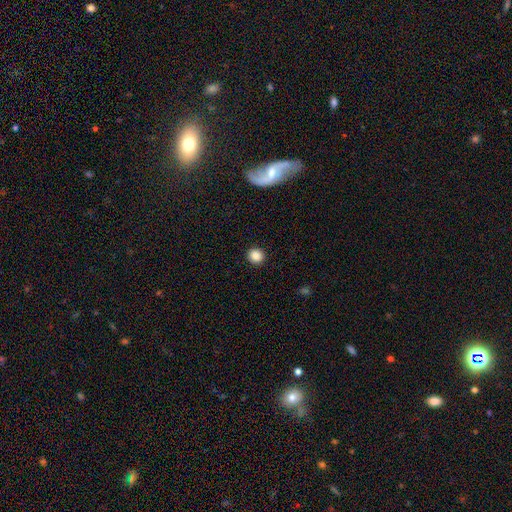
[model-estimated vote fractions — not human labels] smooth 86%, star or artifact 10%, featured or disk 3%. Down the decision tree: how rounded — round (91%); merging — none (92%).